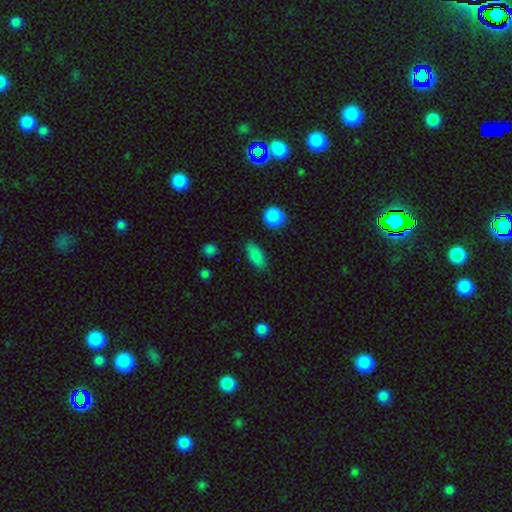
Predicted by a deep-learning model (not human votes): Overall: smooth (85%). How rounded: in between (83%). Merging: none (83%).